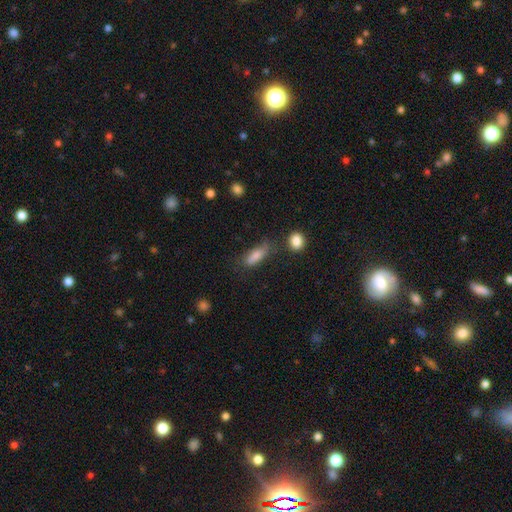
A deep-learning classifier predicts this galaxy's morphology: Smooth or featured? Predicted: smooth (p=0.77). How rounded? Predicted: in between (p=0.57). Merging? Predicted: none (p=0.57).